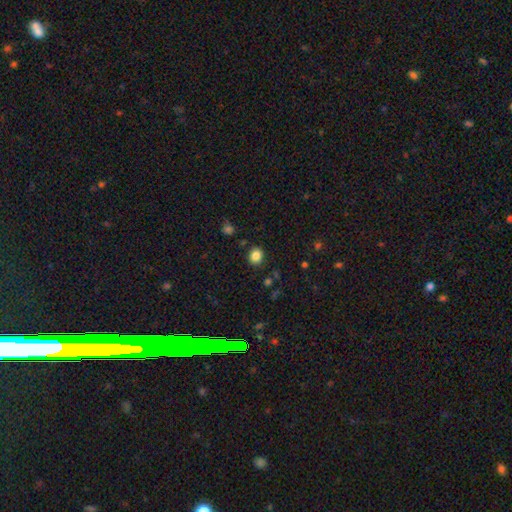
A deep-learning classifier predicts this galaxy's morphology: smooth 85%, star or artifact 11%, featured or disk 4%. Down the decision tree: how rounded — round (76%); merging — none (88%).